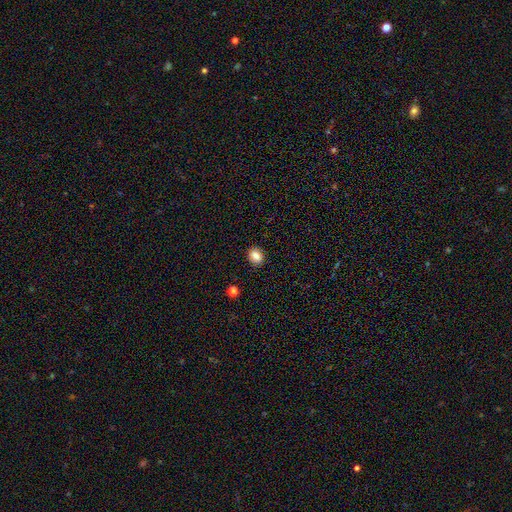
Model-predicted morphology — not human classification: This is clearly a smooth galaxy (83%). How rounded: possibly round (57%). Merging: clearly none (90%).